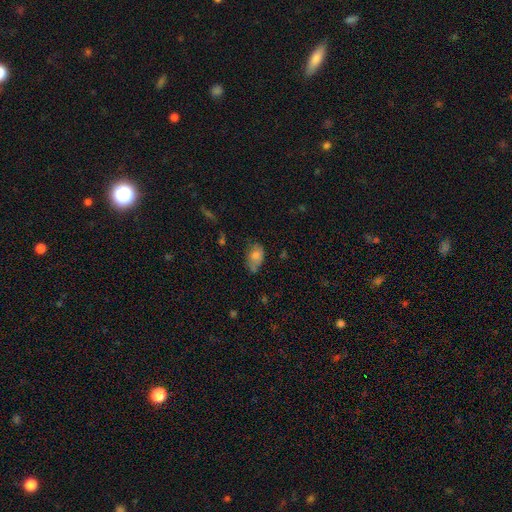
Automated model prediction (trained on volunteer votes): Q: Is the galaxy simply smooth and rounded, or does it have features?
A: smooth — 69%.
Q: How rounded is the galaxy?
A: in between — 85%.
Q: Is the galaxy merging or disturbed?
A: none — 48%.